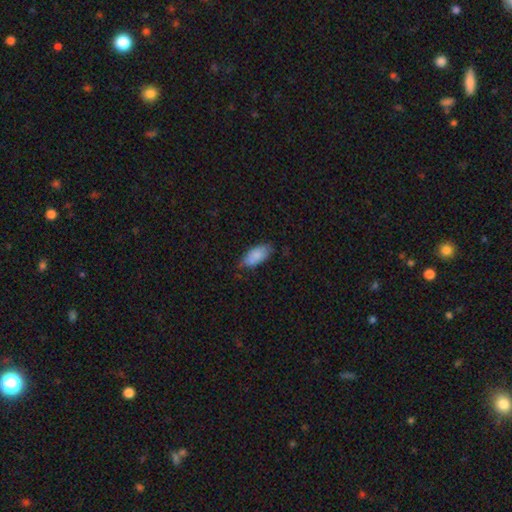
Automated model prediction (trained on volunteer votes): A smooth galaxy with no disk features (84%) that is in between round and cigar-shaped (89%).

Vote fractions:
- Smooth or featured? smooth: 84% / featured or disk: 10% / star or artifact: 6%
- How rounded? in between: 89% / cigar-shaped: 9% / round: 2%
- Merging? none: 65% / minor disturbance: 28% / major disturbance: 5% / merger: 2%